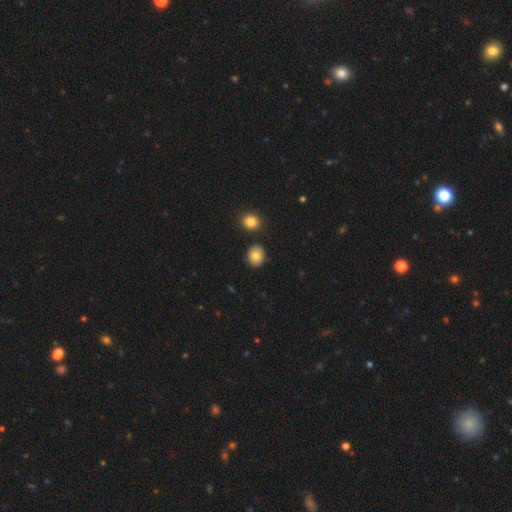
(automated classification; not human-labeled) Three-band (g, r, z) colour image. It shows a smooth galaxy with no disk features (82%) that is round (70%). Merging: none (86%).